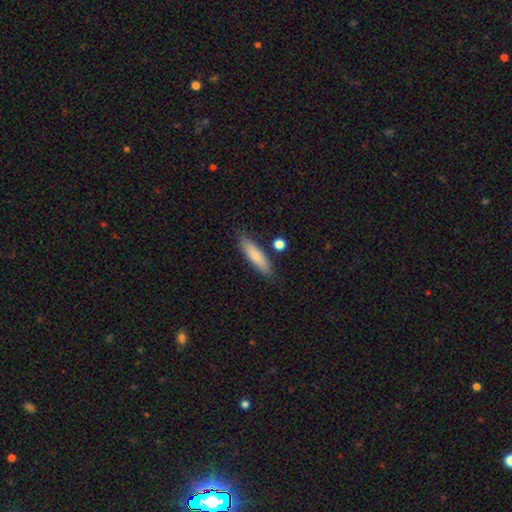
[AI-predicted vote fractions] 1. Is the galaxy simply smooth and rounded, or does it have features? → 80% smooth, 13% featured or disk, 6% star or artifact.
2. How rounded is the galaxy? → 68% cigar-shaped, 30% in between, 2% round.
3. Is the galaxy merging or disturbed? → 82% none, 12% minor disturbance, 4% merger, 3% major disturbance.